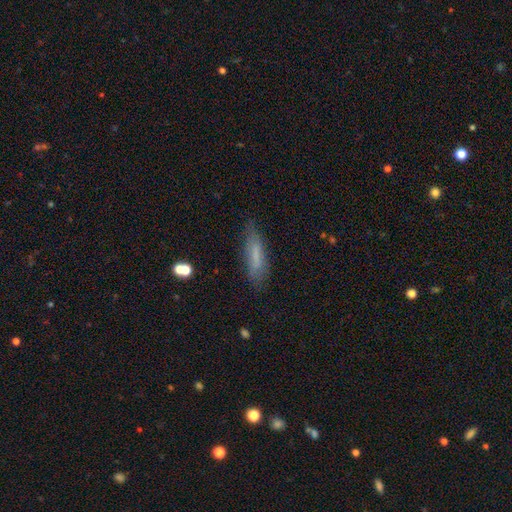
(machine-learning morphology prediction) This is likely a smooth galaxy (65%). How rounded: likely cigar-shaped (68%). Merging: likely none (72%).